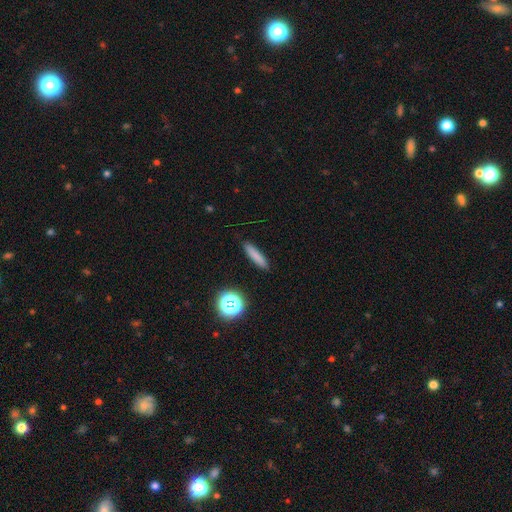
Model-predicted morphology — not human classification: Q: Smooth or featured?
A: smooth (78%); runner-up: star or artifact (12%)
Q: How rounded?
A: cigar-shaped (84%); runner-up: in between (13%)
Q: Merging?
A: none (89%); runner-up: minor disturbance (8%)